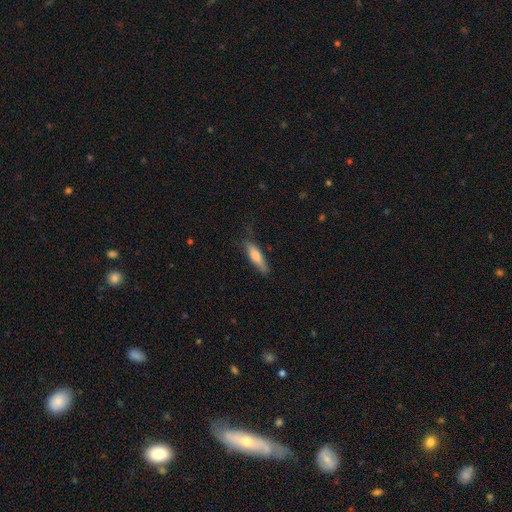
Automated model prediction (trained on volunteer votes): Overall: smooth (76%). How rounded: cigar-shaped (65%; in between 33%). Merging: none (70%).